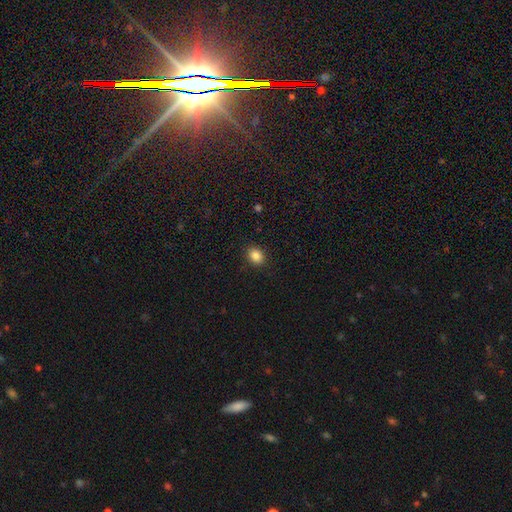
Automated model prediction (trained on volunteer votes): Q: Smooth or featured?
A: smooth (86%); runner-up: star or artifact (10%)
Q: How rounded?
A: in between (53%); runner-up: round (46%)
Q: Merging?
A: none (90%); runner-up: minor disturbance (7%)